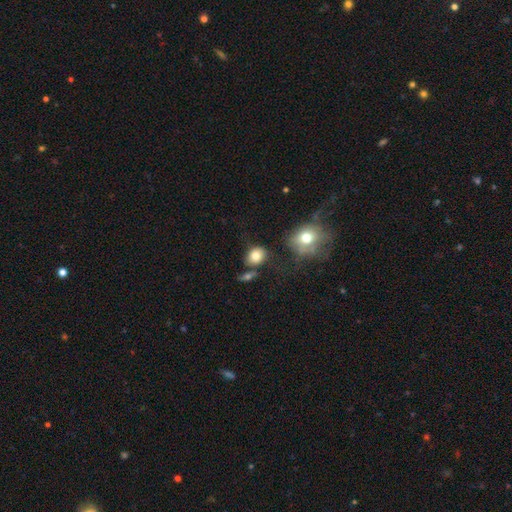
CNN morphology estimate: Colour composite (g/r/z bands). It shows a smooth galaxy with no disk features (80%) that is round (58%). Merging: none (59%).